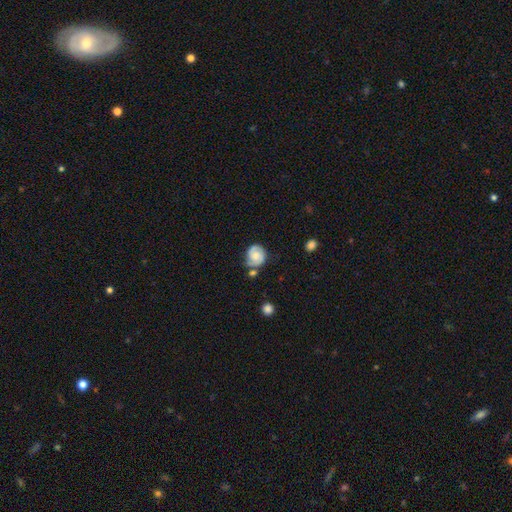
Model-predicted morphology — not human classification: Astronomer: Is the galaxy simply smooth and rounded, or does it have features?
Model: featured or disk — 56% (runner-up: smooth, 36%).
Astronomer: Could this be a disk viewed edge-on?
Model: no — 98%.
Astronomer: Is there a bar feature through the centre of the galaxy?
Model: no — 66%.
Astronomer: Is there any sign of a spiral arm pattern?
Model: yes — 89%.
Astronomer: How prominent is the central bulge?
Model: moderate — 44% (runner-up: small, 36%).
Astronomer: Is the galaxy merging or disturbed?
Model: none — 58%.